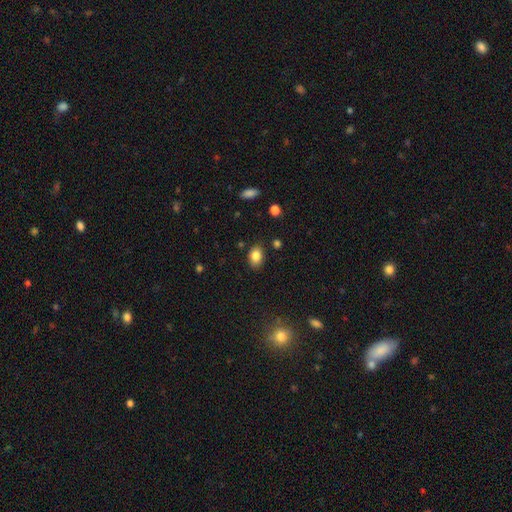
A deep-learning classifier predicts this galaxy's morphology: A smooth galaxy with no disk features (83%) that is in between round and cigar-shaped (79%).

Vote fractions:
- Smooth or featured? smooth: 83% / star or artifact: 10% / featured or disk: 7%
- How rounded? in between: 79% / round: 20% / cigar-shaped: 1%
- Merging? none: 82% / minor disturbance: 12% / major disturbance: 3% / merger: 2%